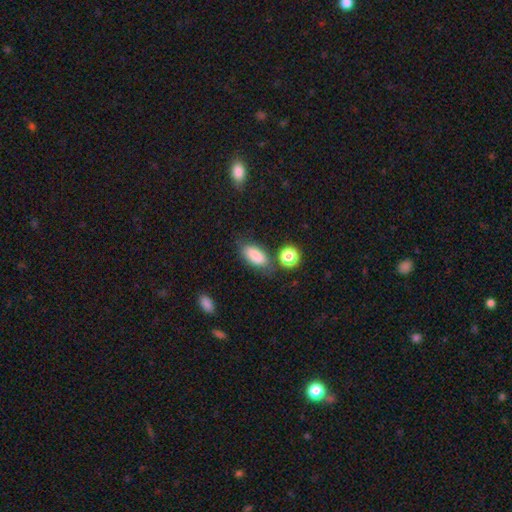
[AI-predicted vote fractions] Q: Smooth or featured?
A: smooth (84%); runner-up: star or artifact (9%)
Q: How rounded?
A: in between (87%); runner-up: cigar-shaped (8%)
Q: Merging?
A: none (70%); runner-up: minor disturbance (17%)